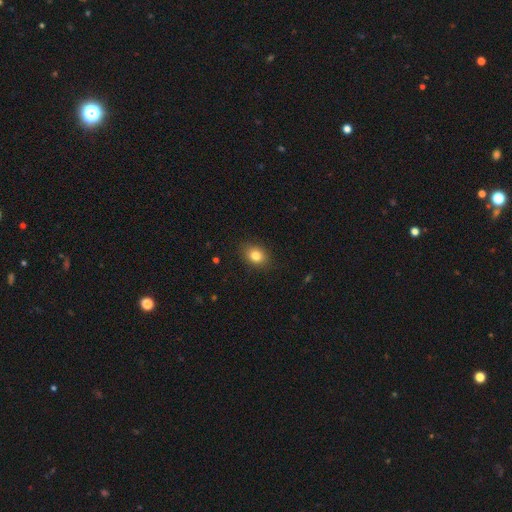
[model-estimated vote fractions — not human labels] A smooth galaxy with no disk features (82%) that is in between round and cigar-shaped (62%).

Vote fractions:
- Smooth or featured? smooth: 82% / star or artifact: 10% / featured or disk: 8%
- How rounded? in between: 62% / round: 37% / cigar-shaped: 1%
- Merging? none: 87% / minor disturbance: 10% / major disturbance: 2% / merger: 1%